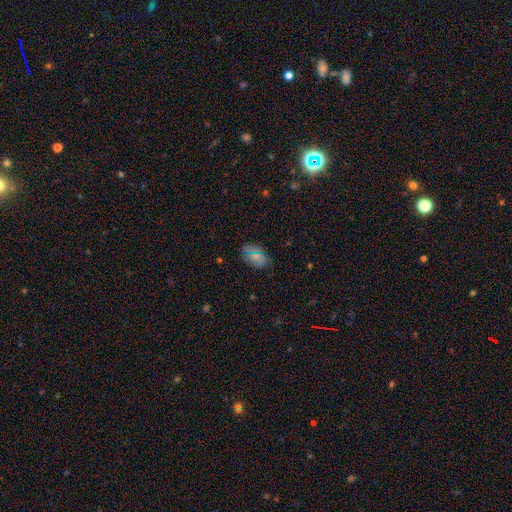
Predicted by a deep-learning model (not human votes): Overall: smooth (71%). How rounded: in between (89%). Merging: none (84%).